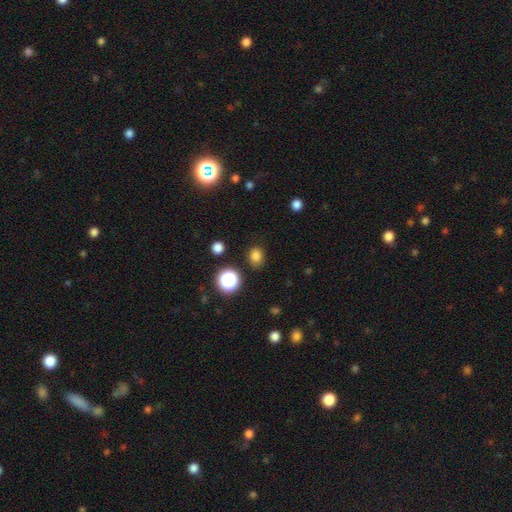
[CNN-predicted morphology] type=smooth (80%); roundness=round (59%); merging=none (84%).